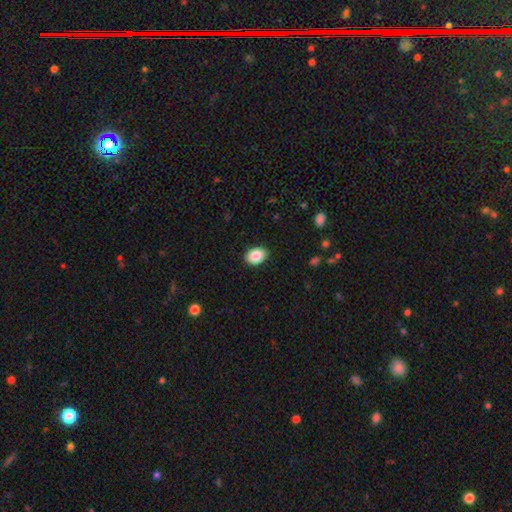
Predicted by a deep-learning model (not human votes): Overall: smooth (88%). How rounded: in between (76%). Merging: none (89%).